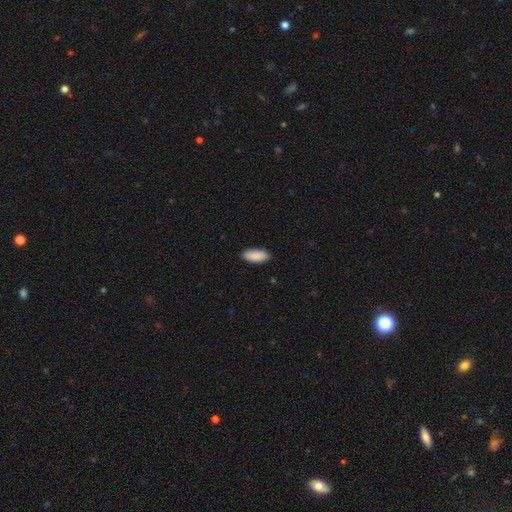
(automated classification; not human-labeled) A smooth galaxy with no disk features (91%) that is in between round and cigar-shaped (85%).

Vote fractions:
- Smooth or featured? smooth: 91% / star or artifact: 6% / featured or disk: 4%
- How rounded? in between: 85% / cigar-shaped: 14% / round: 2%
- Merging? none: 89% / minor disturbance: 8% / major disturbance: 2% / merger: 1%